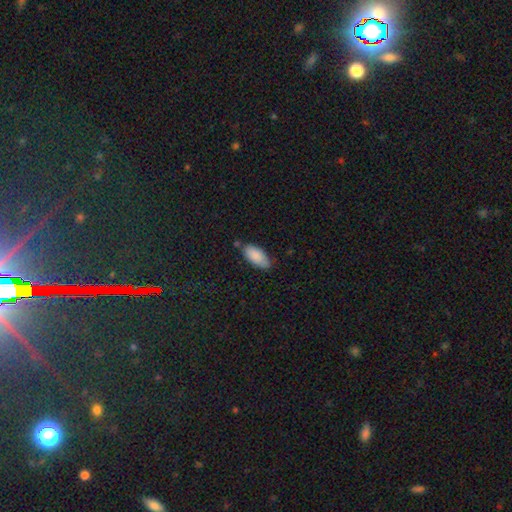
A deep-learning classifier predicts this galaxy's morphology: Smooth or featured? smooth (88%)
How rounded? in between (90%)
Merging? none (70%)